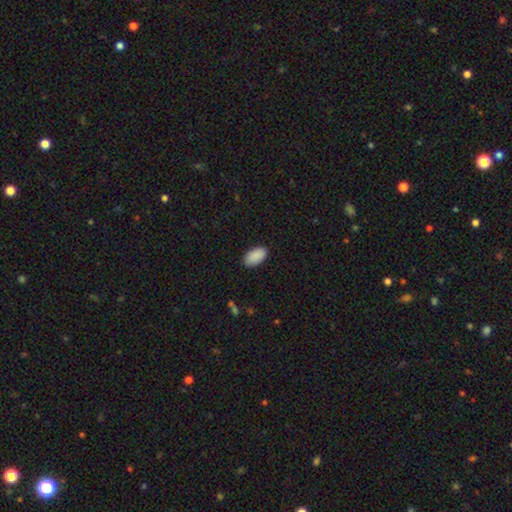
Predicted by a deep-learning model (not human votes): smooth 90%, star or artifact 6%, featured or disk 3%. Down the decision tree: how rounded — in between (95%); merging — none (87%).